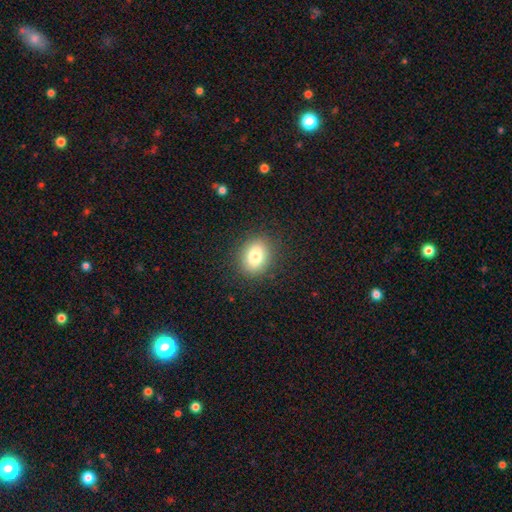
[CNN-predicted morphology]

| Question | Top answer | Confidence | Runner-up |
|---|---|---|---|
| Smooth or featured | smooth | 81% | star or artifact (10%) |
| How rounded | in between | 57% | round (42%) |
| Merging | none | 88% | minor disturbance (8%) |